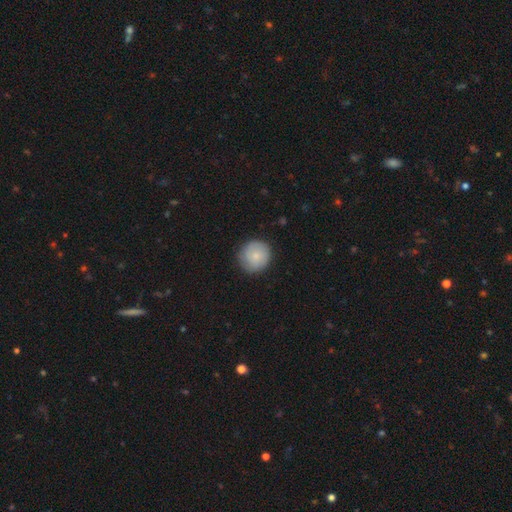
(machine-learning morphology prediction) This appears to be a smooth galaxy with no disk features (80%) that is round (93%). Merging: none (84%).